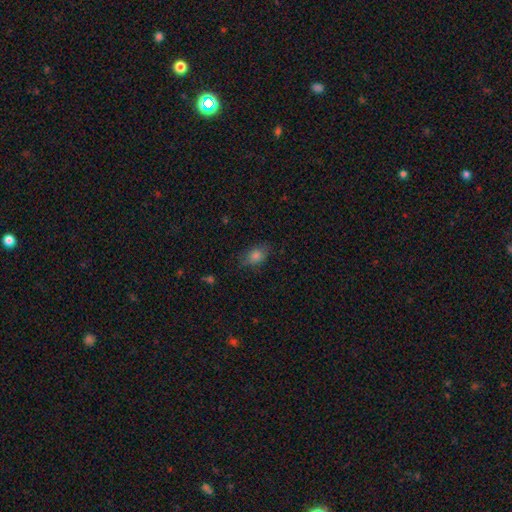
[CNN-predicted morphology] Smooth or featured?
  - smooth: 78% *
  - star or artifact: 13%
  - featured or disk: 9%
How rounded?
  - in between: 75% *
  - round: 23%
  - cigar-shaped: 3%
Merging?
  - none: 77% *
  - minor disturbance: 18%
  - major disturbance: 4%
  - merger: 1%